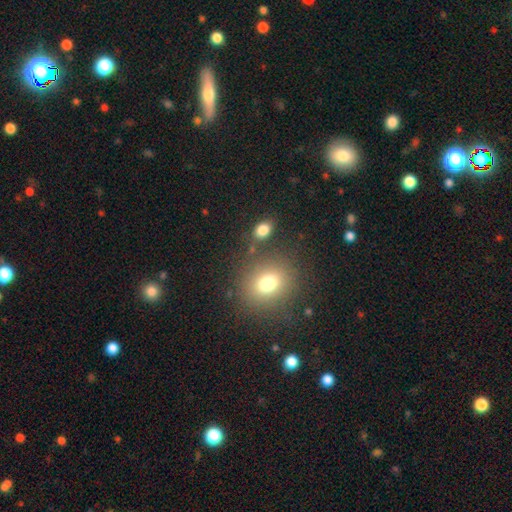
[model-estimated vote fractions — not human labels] The model was most divided on "smooth or featured": smooth: 67%, star or artifact: 23%, featured or disk: 10%. More confident: merging — none (82%); how rounded — round (73%).